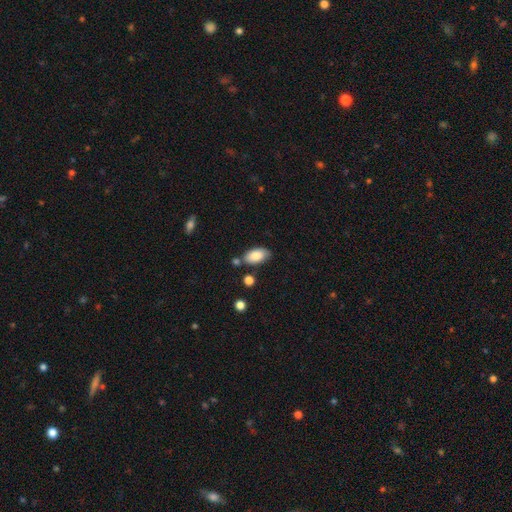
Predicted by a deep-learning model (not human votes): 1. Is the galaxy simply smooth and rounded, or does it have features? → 85% smooth, 8% featured or disk, 7% star or artifact.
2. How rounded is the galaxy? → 93% in between, 4% round, 3% cigar-shaped.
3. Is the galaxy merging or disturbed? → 72% none, 16% minor disturbance, 8% merger, 4% major disturbance.